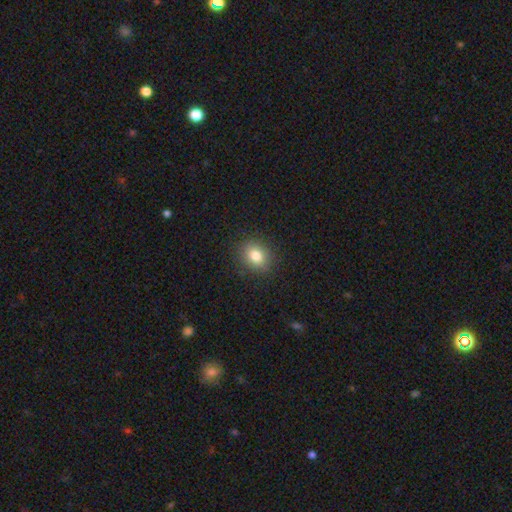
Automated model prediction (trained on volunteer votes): smooth 81%, star or artifact 11%, featured or disk 8%. Down the decision tree: how rounded — round (52%); merging — none (88%).